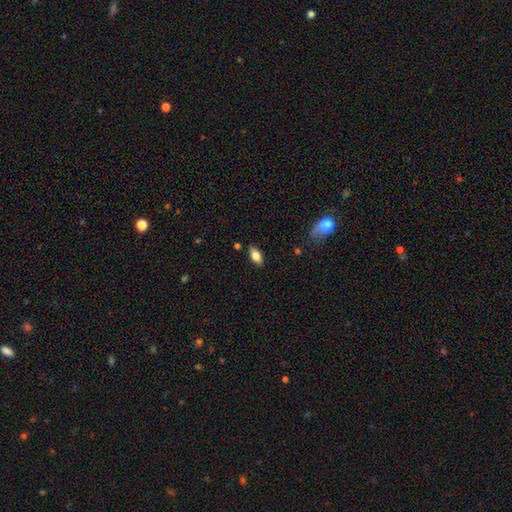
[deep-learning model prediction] Smooth or featured?
  - smooth: 72% *
  - featured or disk: 20%
  - star or artifact: 7%
How rounded?
  - in between: 85% *
  - cigar-shaped: 12%
  - round: 3%
Merging?
  - none: 85% *
  - minor disturbance: 10%
  - major disturbance: 2%
  - merger: 2%